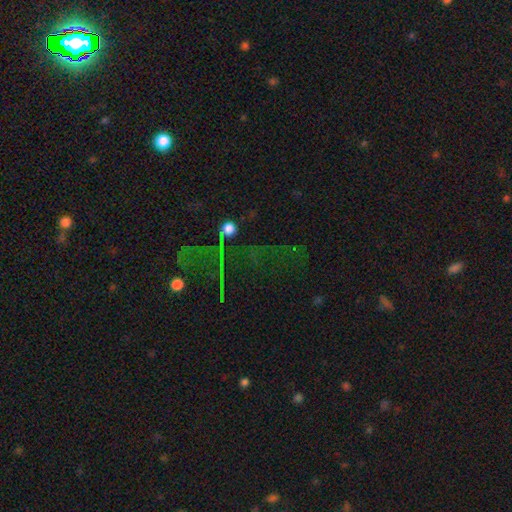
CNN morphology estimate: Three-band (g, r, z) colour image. It shows a star or artifact, not a galaxy (70%).